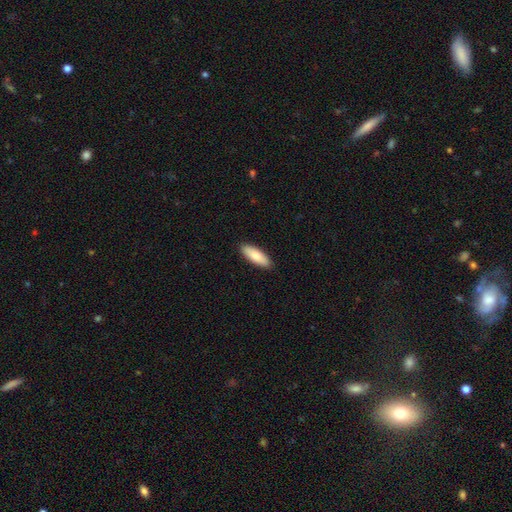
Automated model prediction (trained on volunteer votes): Morphology: type=smooth (85%); roundness=in between (61%); merging=none (90%).